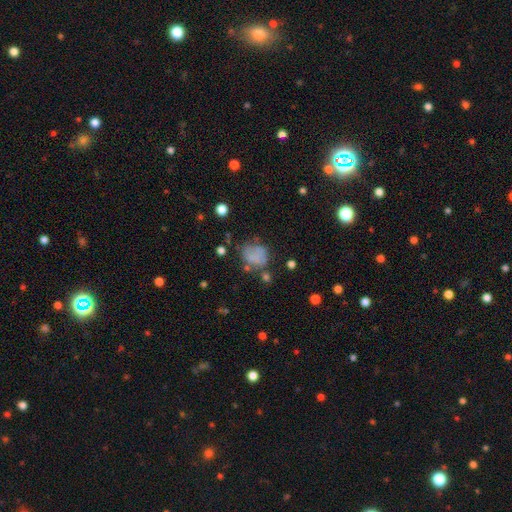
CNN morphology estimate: Smooth or featured? Predicted: smooth (p=0.71). How rounded? Predicted: round (p=0.55). Merging? Predicted: none (p=0.49).